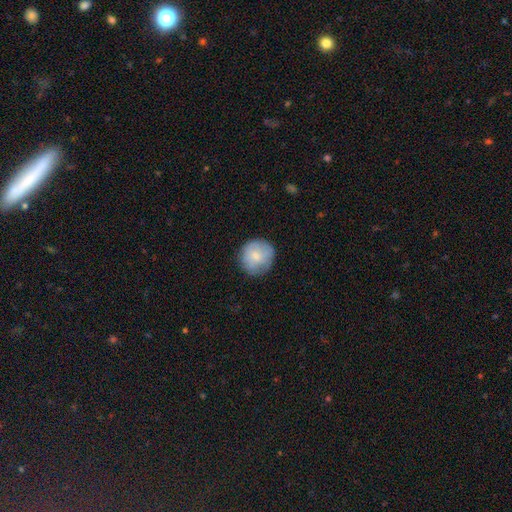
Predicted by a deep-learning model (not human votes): Q: Smooth or featured?
A: smooth (71%); runner-up: featured or disk (22%)
Q: How rounded?
A: round (91%); runner-up: in between (8%)
Q: Merging?
A: none (78%); runner-up: minor disturbance (16%)